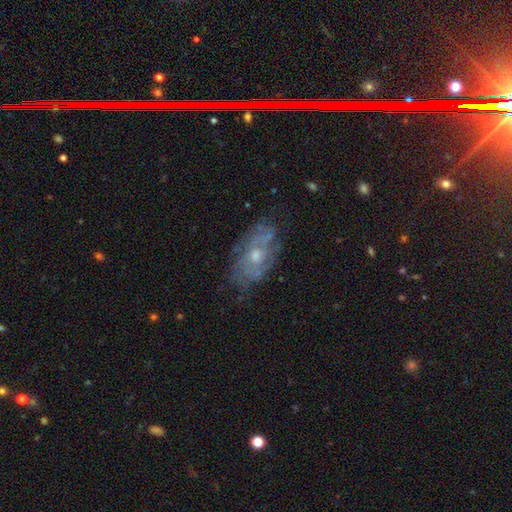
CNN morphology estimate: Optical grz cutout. It shows a featured or disk galaxy (72%) with no bar (81%), spiral arms (68%) and a moderate central bulge (61%). Merging: none (67%).